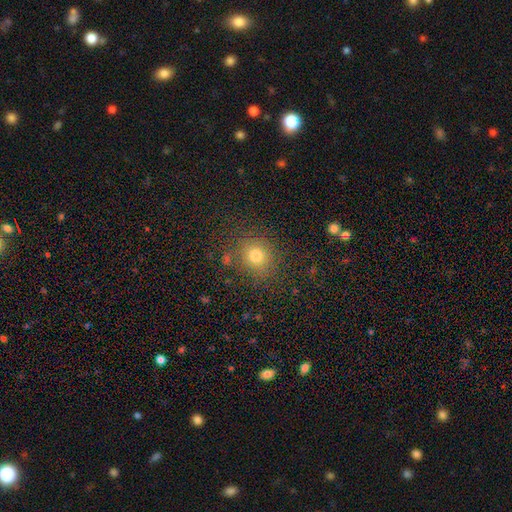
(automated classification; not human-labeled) Q: Smooth or featured?
A: smooth (77%); runner-up: star or artifact (15%)
Q: How rounded?
A: round (79%); runner-up: in between (20%)
Q: Merging?
A: none (82%); runner-up: minor disturbance (11%)